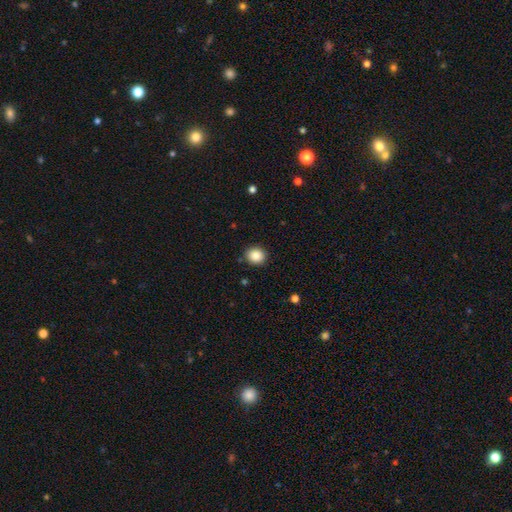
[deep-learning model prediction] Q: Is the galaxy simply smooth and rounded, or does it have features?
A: smooth — 88%.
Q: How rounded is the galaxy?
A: round — 80%.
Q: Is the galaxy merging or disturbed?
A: none — 89%.